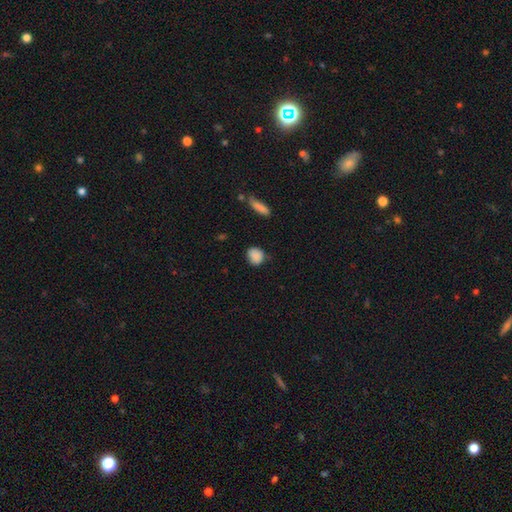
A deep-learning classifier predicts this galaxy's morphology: Overall: smooth (87%). How rounded: round (69%). Merging: none (70%).